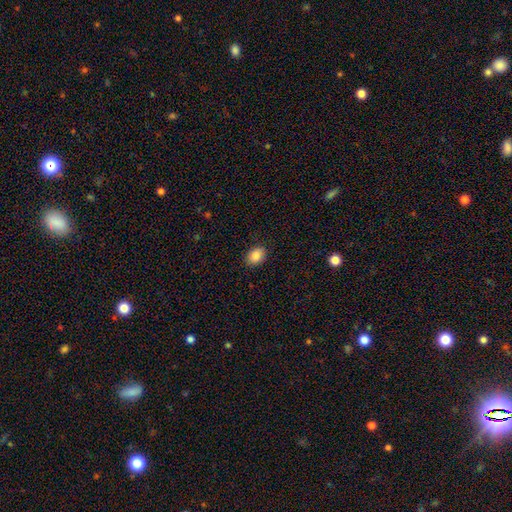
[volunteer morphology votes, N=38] This appears to be a smooth galaxy with no disk features (97%) that is in between round and cigar-shaped (57%). Merging: none (92%).